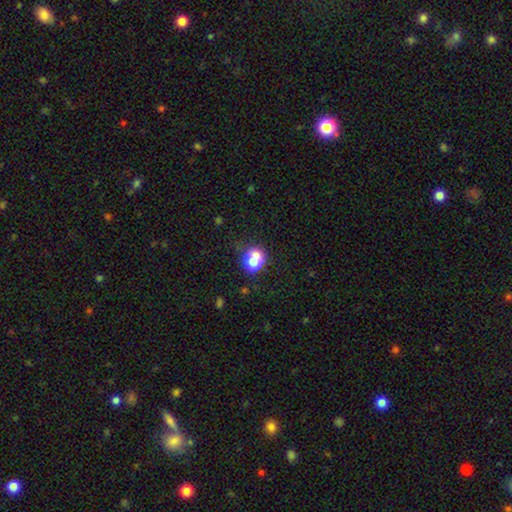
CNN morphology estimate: Smooth or featured? Predicted: smooth (p=0.71). How rounded? Predicted: round (p=0.68). Merging? Predicted: none (p=0.42).